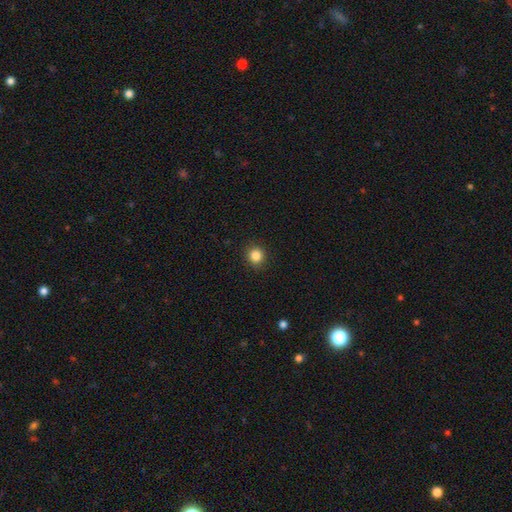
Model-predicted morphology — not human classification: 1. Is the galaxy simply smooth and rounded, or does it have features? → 85% smooth, 11% star or artifact, 4% featured or disk.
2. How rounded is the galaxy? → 90% round, 9% in between, 1% cigar-shaped.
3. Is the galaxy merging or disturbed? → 91% none, 6% minor disturbance, 2% major disturbance, 1% merger.